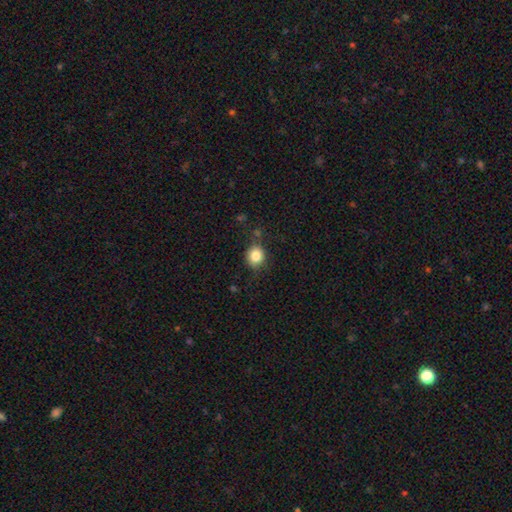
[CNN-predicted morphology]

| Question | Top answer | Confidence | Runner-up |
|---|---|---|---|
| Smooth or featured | smooth | 84% | star or artifact (10%) |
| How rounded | round | 79% | in between (20%) |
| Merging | none | 76% | minor disturbance (16%) |